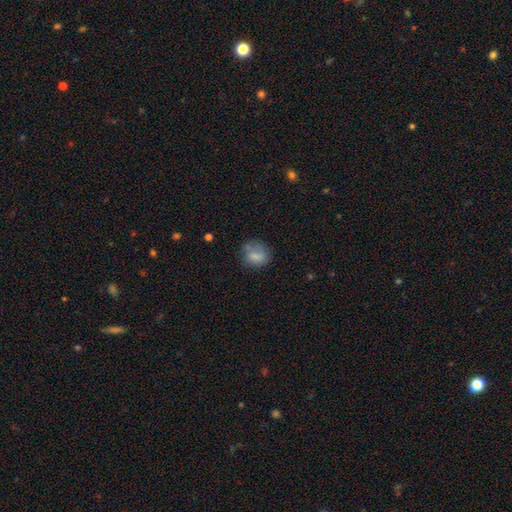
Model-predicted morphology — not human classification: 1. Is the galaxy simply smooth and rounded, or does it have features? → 75% smooth, 15% featured or disk, 9% star or artifact.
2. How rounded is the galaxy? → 64% round, 34% in between, 1% cigar-shaped.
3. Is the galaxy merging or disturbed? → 60% none, 24% minor disturbance, 10% major disturbance, 6% merger.